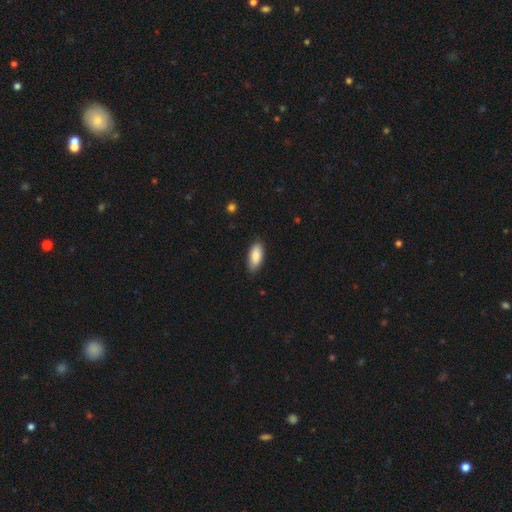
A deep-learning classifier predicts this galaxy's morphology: Smooth or featured: smooth — 88% (featured or disk — 6%)
How rounded: in between — 86% (cigar-shaped — 12%)
Merging: none — 84% (minor disturbance — 13%)